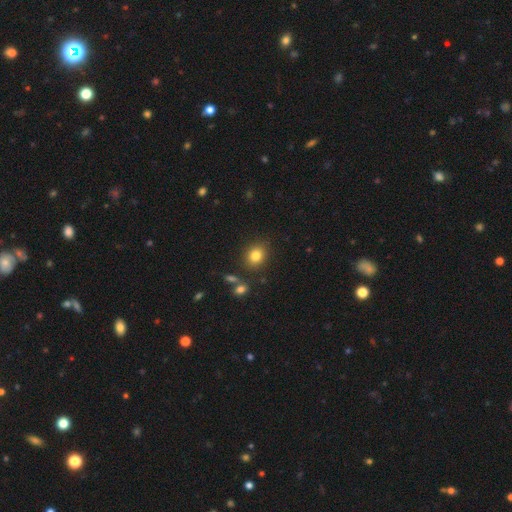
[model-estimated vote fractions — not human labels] Overall: smooth (82%). How rounded: round (65%; in between 34%). Merging: none (83%).